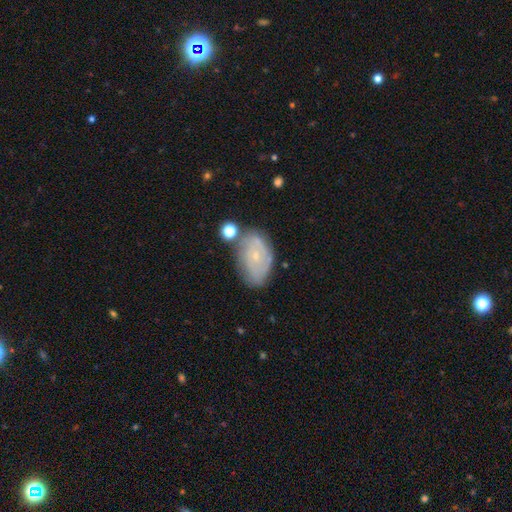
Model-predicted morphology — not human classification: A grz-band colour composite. It shows a featured or disk galaxy (59%) with no bar (81%), spiral arms (68%) and a small central bulge (82%). Merging: none (58%).